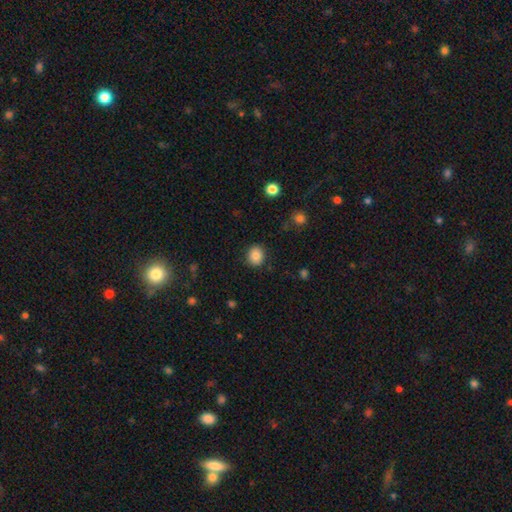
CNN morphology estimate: Smooth or featured: smooth — 84% (star or artifact — 10%)
How rounded: round — 78% (in between — 21%)
Merging: none — 88% (minor disturbance — 8%)